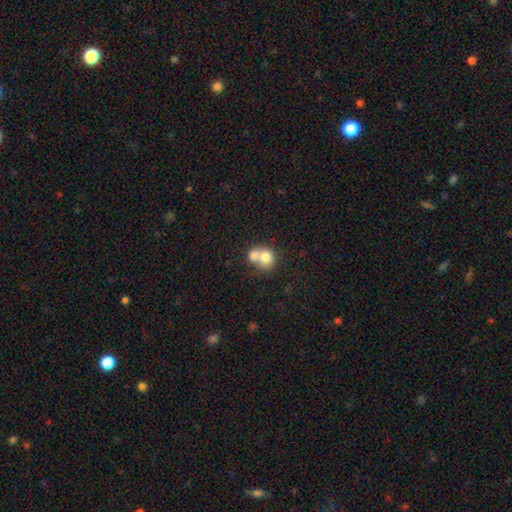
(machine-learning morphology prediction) Overall: smooth (73%). How rounded: round (70%). Merging: merger (68%).